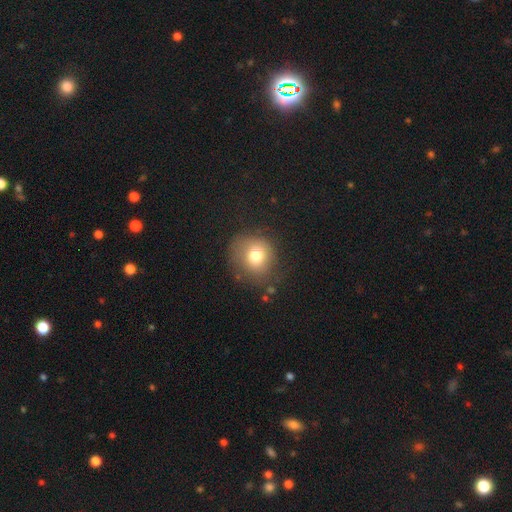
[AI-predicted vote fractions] Smooth or featured? smooth (76%)
How rounded? round (82%)
Merging? none (70%)